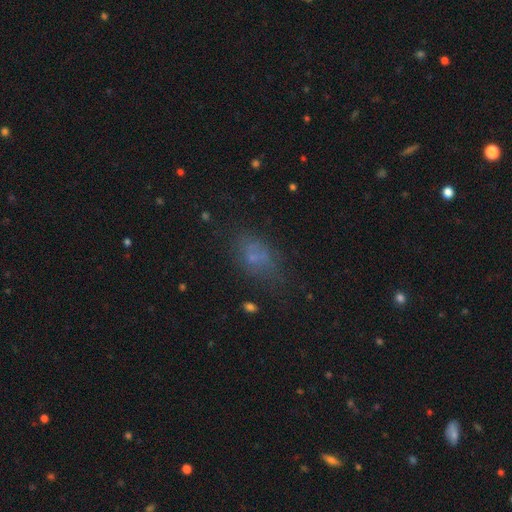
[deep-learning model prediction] smooth_or_featured: smooth (p=0.59) [alt: featured or disk p=0.21]
how_rounded: in between (p=0.82) [alt: round p=0.13]
merging: none (p=0.57) [alt: minor disturbance p=0.23]